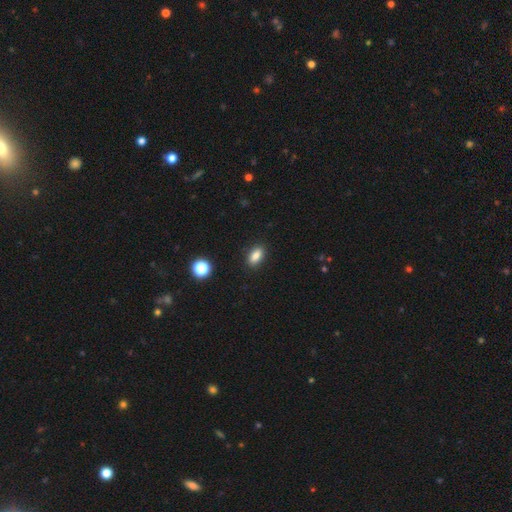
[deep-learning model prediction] smooth 86%, star or artifact 10%, featured or disk 5%. Down the decision tree: how rounded — in between (86%); merging — none (89%).